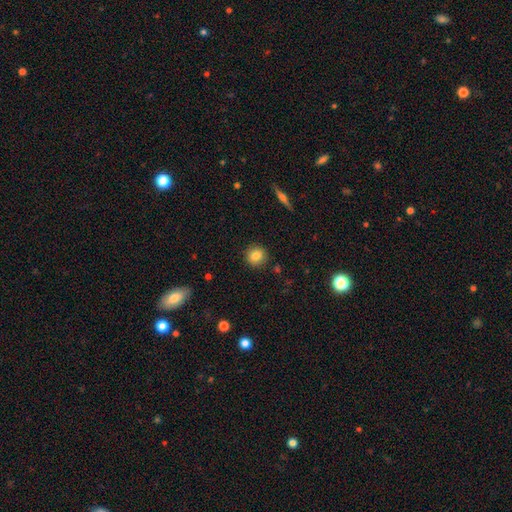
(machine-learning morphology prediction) smooth_or_featured: smooth (p=0.83) [alt: star or artifact p=0.09]
how_rounded: round (p=0.91) [alt: in between p=0.07]
merging: none (p=0.90) [alt: minor disturbance p=0.07]